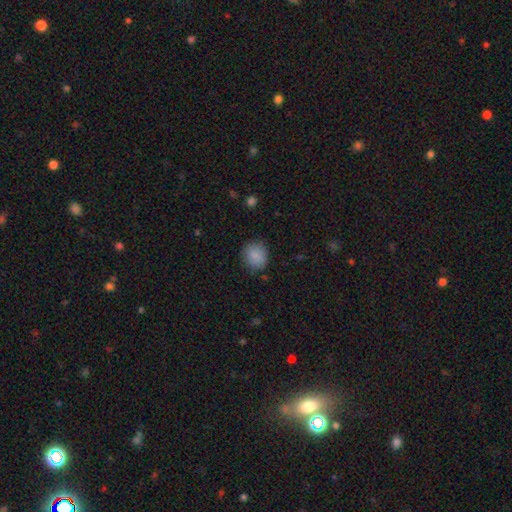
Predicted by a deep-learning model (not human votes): smooth-or-featured: smooth: 87% | star or artifact: 8% | featured or disk: 5%
  how-rounded: round: 76% | in between: 23% | cigar-shaped: 1%
  merging: none: 83% | minor disturbance: 13% | major disturbance: 3% | merger: 1%